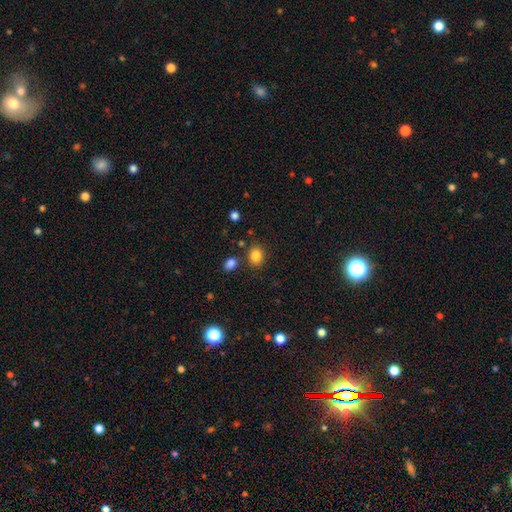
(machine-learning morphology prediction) Smooth or featured? Predicted: smooth (p=0.84). How rounded? Predicted: round (p=0.52). Merging? Predicted: none (p=0.80).